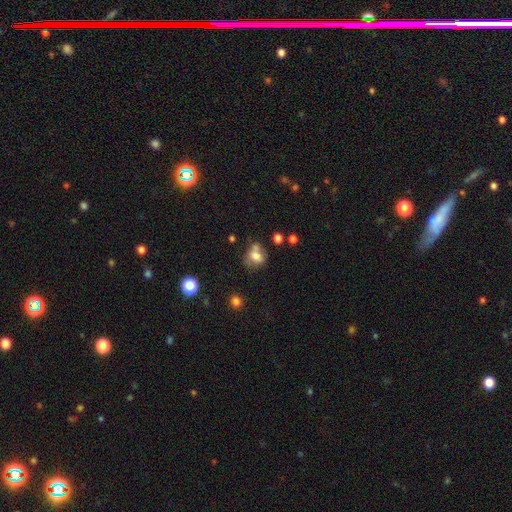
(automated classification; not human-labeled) Smooth or featured?
  - smooth: 72% *
  - featured or disk: 16%
  - star or artifact: 12%
How rounded?
  - round: 57% *
  - in between: 42%
  - cigar-shaped: 1%
Merging?
  - none: 43% *
  - merger: 23%
  - minor disturbance: 23%
  - major disturbance: 11%